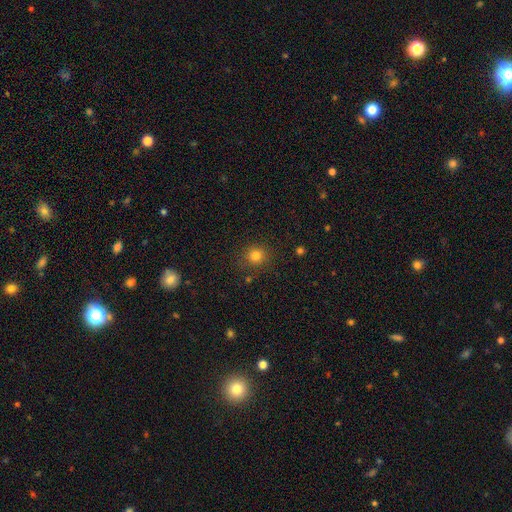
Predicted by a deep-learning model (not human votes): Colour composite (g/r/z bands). It shows a smooth galaxy with no disk features (81%) that is round (89%). Merging: none (86%).